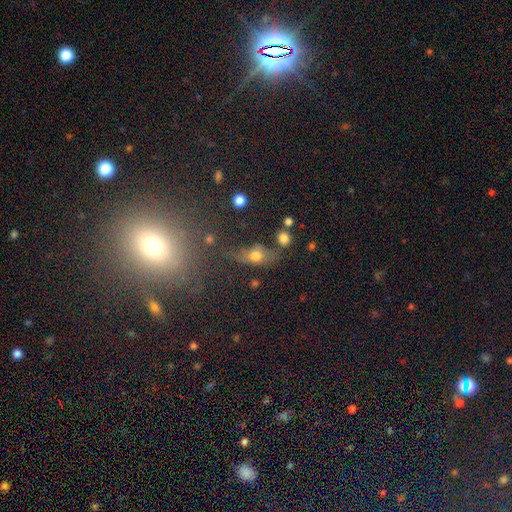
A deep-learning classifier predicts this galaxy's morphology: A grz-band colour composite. It shows a smooth galaxy with no disk features (66%) that is in between round and cigar-shaped (64%). Merging: none (50%).